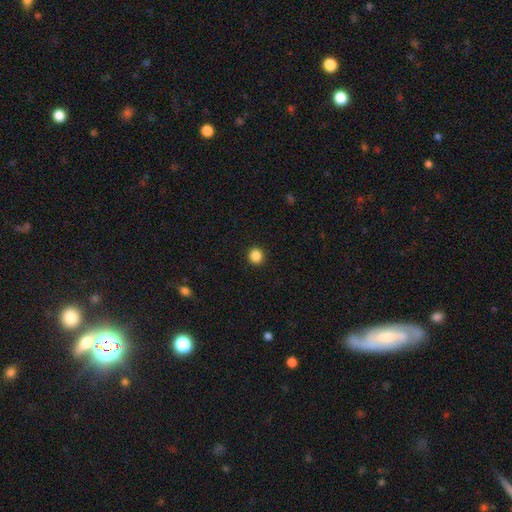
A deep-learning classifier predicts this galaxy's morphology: smooth_or_featured: smooth (p=0.86) [alt: star or artifact p=0.11]
how_rounded: round (p=0.93) [alt: in between p=0.06]
merging: none (p=0.93) [alt: minor disturbance p=0.04]